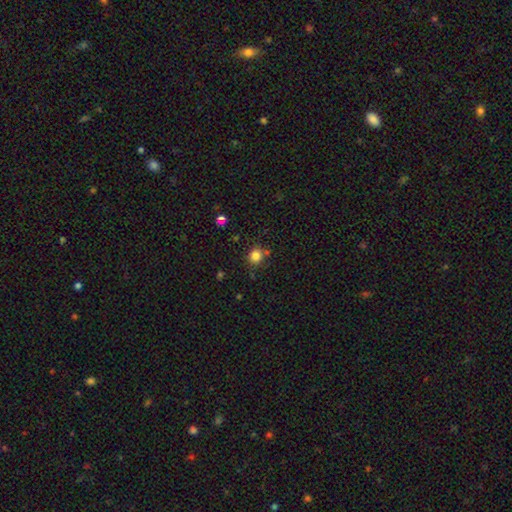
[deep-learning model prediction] This appears to be a smooth galaxy with no disk features (81%) that is round (85%). Merging: none (77%).